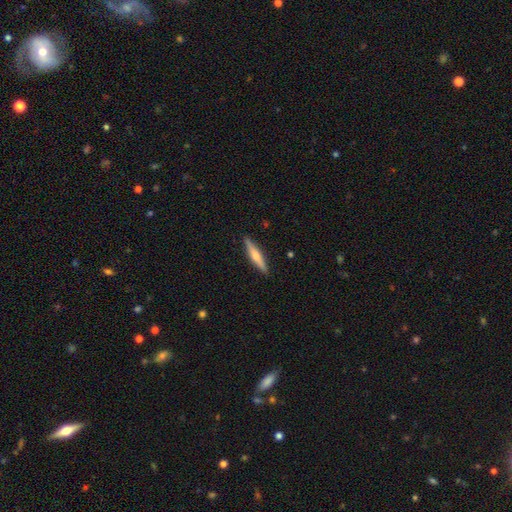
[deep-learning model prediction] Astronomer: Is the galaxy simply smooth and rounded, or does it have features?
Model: featured or disk — 53% (runner-up: smooth, 42%).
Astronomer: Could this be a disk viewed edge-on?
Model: yes — 96%.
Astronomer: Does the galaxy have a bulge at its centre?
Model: rounded — 84%.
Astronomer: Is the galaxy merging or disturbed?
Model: none — 90%.